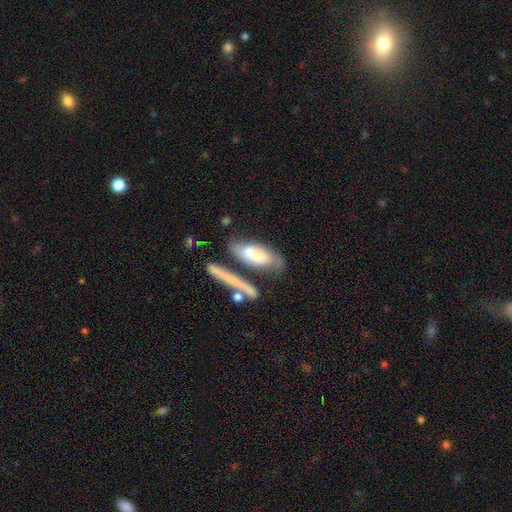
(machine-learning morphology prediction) Q: Smooth or featured?
A: smooth (56%); runner-up: featured or disk (37%)
Q: How rounded?
A: in between (58%); runner-up: cigar-shaped (38%)
Q: Merging?
A: none (44%); runner-up: merger (22%)